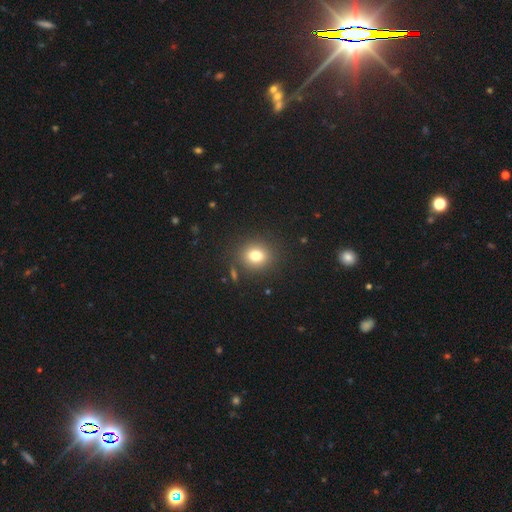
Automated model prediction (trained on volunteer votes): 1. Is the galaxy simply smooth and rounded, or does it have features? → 78% smooth, 13% star or artifact, 9% featured or disk.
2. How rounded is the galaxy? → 77% round, 22% in between, 1% cigar-shaped.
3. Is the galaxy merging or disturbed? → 86% none, 8% minor disturbance, 3% merger, 3% major disturbance.